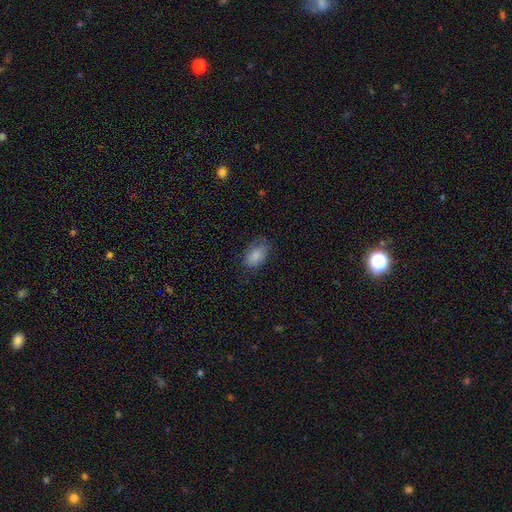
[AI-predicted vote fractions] Q: Smooth or featured?
A: smooth (86%); runner-up: star or artifact (8%)
Q: How rounded?
A: in between (92%); runner-up: round (7%)
Q: Merging?
A: none (68%); runner-up: minor disturbance (24%)